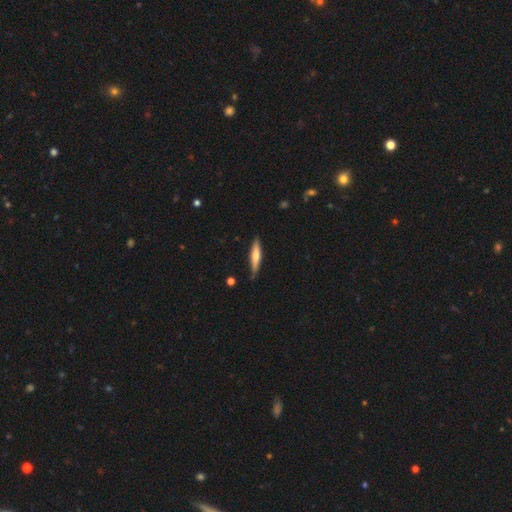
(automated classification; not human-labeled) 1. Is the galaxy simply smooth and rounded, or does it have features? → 56% smooth, 39% featured or disk, 5% star or artifact.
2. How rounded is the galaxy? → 87% cigar-shaped, 12% in between, 1% round.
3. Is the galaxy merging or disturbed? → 83% none, 13% minor disturbance, 2% major disturbance, 2% merger.